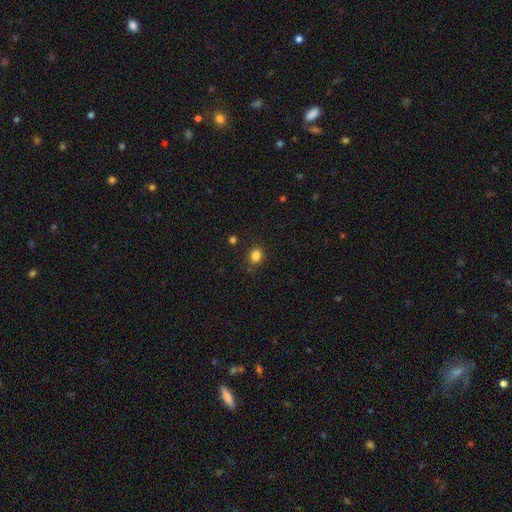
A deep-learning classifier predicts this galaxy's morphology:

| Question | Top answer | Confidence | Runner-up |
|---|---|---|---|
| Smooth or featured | smooth | 83% | star or artifact (13%) |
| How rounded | round | 72% | in between (27%) |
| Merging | none | 84% | minor disturbance (11%) |